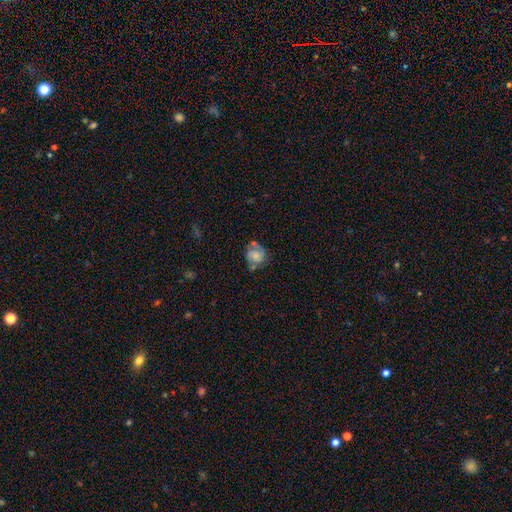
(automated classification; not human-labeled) Smooth or featured?
  - featured or disk: 56% *
  - smooth: 36%
  - star or artifact: 9%
Edge-on disk?
  - no: 98% *
  - yes: 2%
Bar?
  - no: 66% *
  - weak: 28%
  - strong: 6%
Spiral arms?
  - yes: 82% *
  - no: 18%
Bulge size?
  - small: 36% *
  - moderate: 30%
  - none: 21%
  - large: 10%
  - dominant: 2%
Merging?
  - none: 50% *
  - minor disturbance: 26%
  - major disturbance: 16%
  - merger: 8%